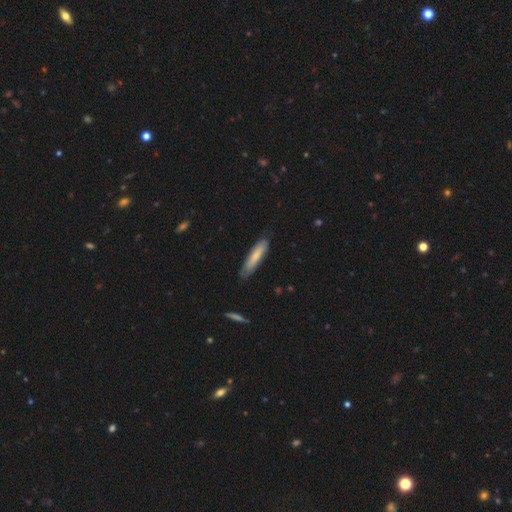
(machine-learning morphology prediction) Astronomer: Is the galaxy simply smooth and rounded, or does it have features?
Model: smooth — 72%.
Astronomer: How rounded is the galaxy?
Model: cigar-shaped — 80%.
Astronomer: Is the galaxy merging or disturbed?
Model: none — 79%.